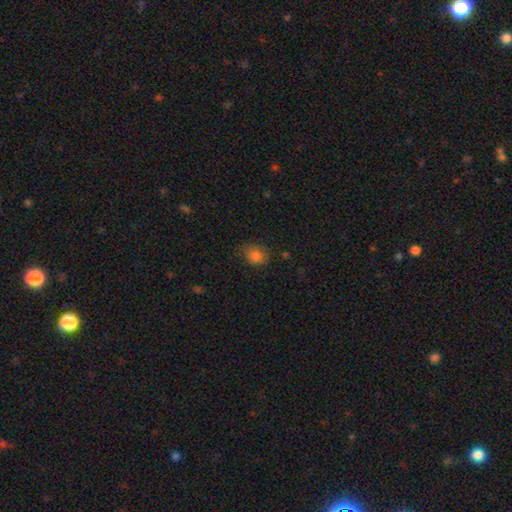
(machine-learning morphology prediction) Smooth or featured? Predicted: smooth (p=0.83). How rounded? Predicted: in between (p=0.52). Merging? Predicted: none (p=0.68).